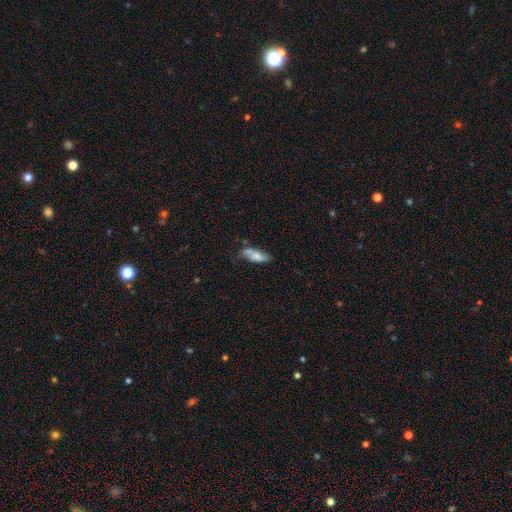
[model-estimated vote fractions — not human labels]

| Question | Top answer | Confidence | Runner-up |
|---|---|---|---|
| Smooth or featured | smooth | 63% | featured or disk (28%) |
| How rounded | in between | 72% | cigar-shaped (25%) |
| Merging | none | 42% | minor disturbance (28%) |